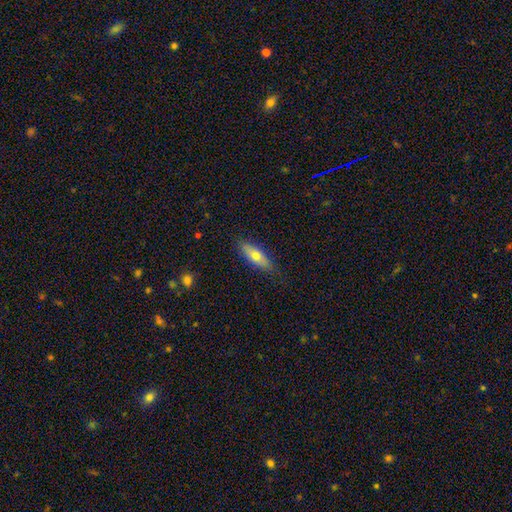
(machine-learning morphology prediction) Smooth or featured? Predicted: smooth (p=0.66). How rounded? Predicted: in between (p=0.59). Merging? Predicted: none (p=0.84).